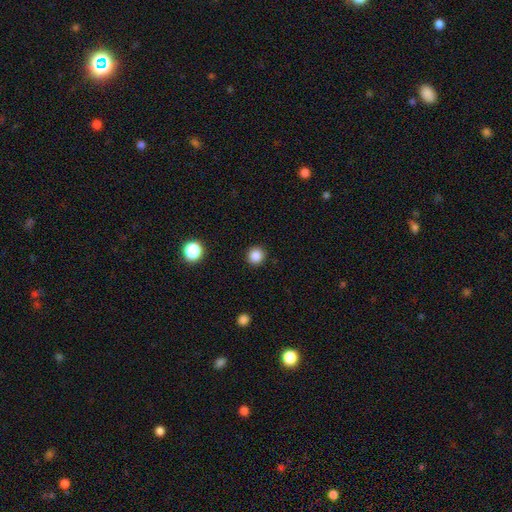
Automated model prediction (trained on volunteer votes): This appears to be a smooth galaxy with no disk features (85%) that is round (93%). Merging: none (92%).